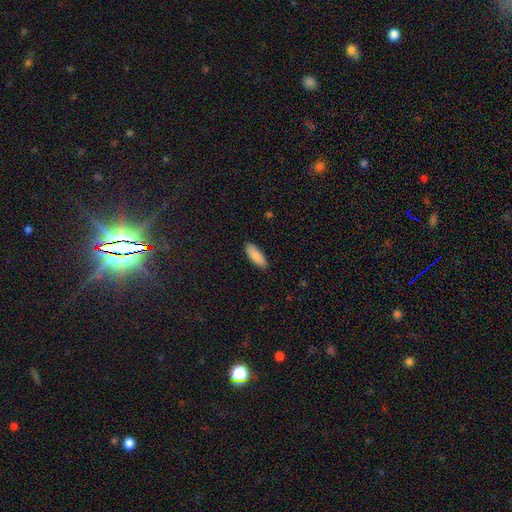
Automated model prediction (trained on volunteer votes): Smooth or featured? smooth (88%)
How rounded? in between (66%)
Merging? none (88%)